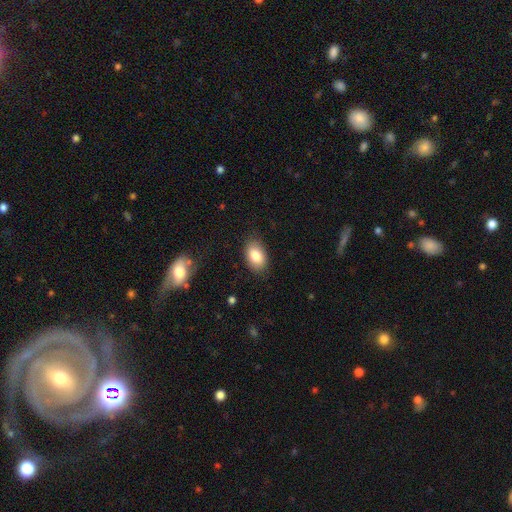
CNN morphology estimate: Smooth or featured? smooth (82%)
How rounded? in between (90%)
Merging? none (85%)